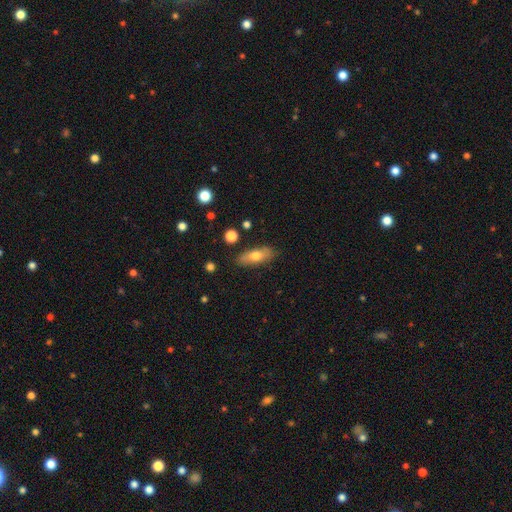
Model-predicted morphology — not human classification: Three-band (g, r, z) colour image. It shows a smooth galaxy with no disk features (68%) that is in between round and cigar-shaped (68%). Merging: none (83%).